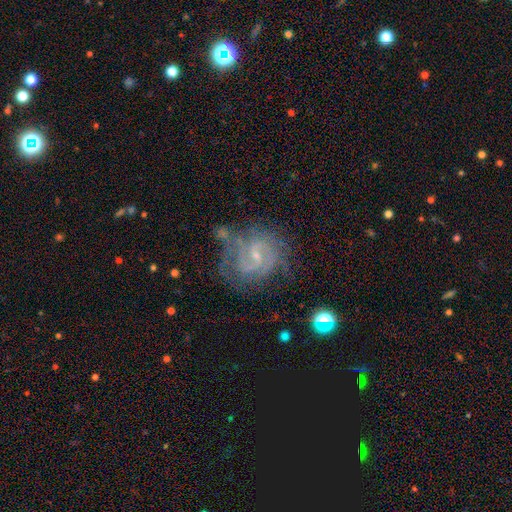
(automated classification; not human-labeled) Smooth or featured? featured or disk (85%)
Edge-on disk? no (98%)
Bar? weak (57%)
Spiral arms? yes (95%)
Spiral winding? tight (47%)
Spiral arm count? 2 (57%)
Bulge size? small (73%)
Merging? none (59%)